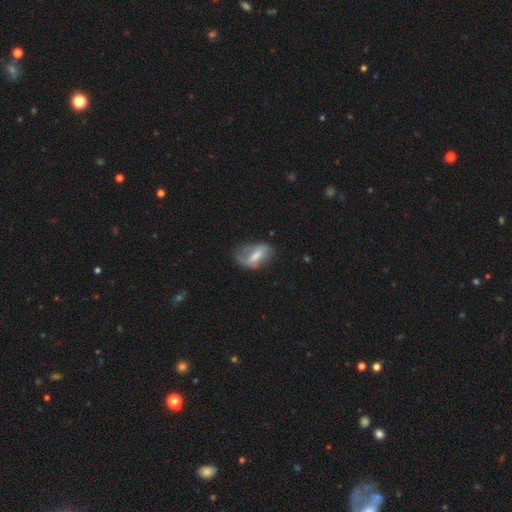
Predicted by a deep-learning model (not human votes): Smooth or featured? featured or disk (47%)
Merging? none (49%)